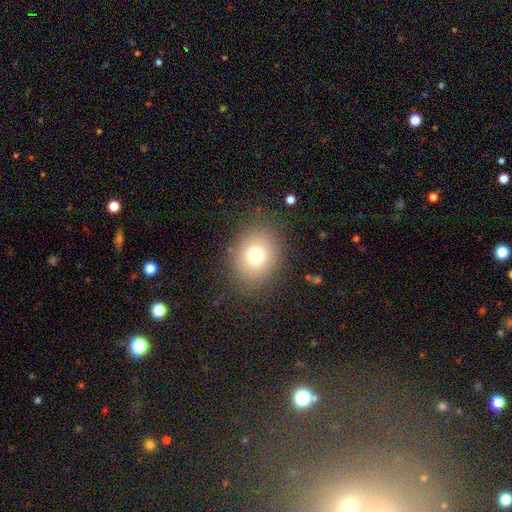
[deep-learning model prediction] Smooth or featured? Predicted: smooth (p=0.73). How rounded? Predicted: round (p=0.62). Merging? Predicted: none (p=0.84).